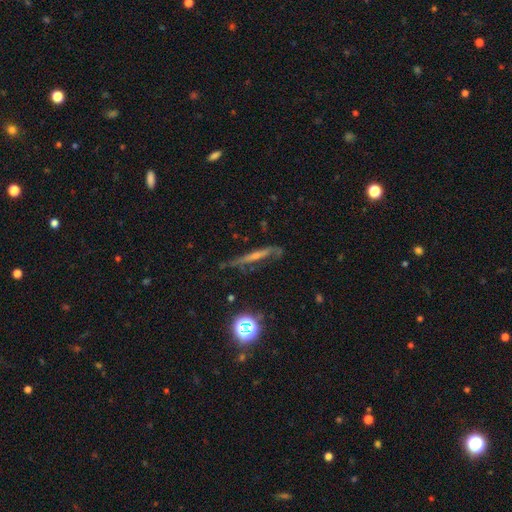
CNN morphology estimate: This appears to be a featured or disk galaxy (56%) viewed edge-on (77%). Merging: none (65%).